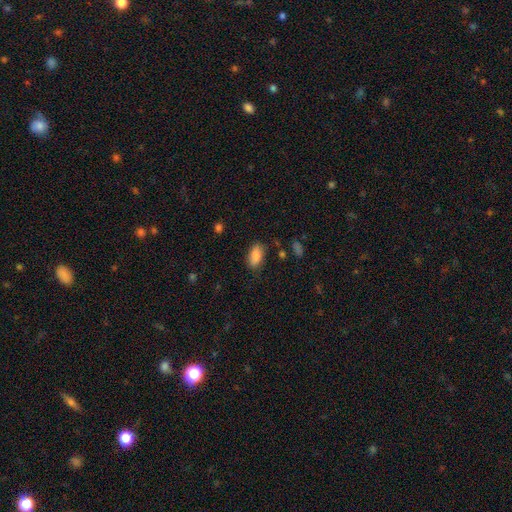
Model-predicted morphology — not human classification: Smooth or featured? Predicted: smooth (p=0.87). How rounded? Predicted: in between (p=0.91). Merging? Predicted: none (p=0.80).